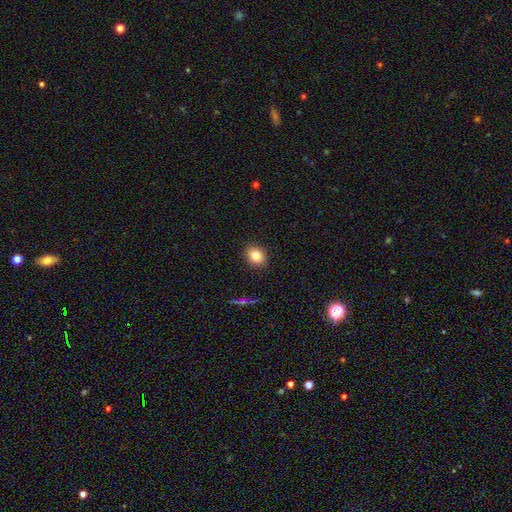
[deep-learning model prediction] smooth 81%, star or artifact 10%, featured or disk 8%. Down the decision tree: how rounded — round (61%); merging — none (90%).